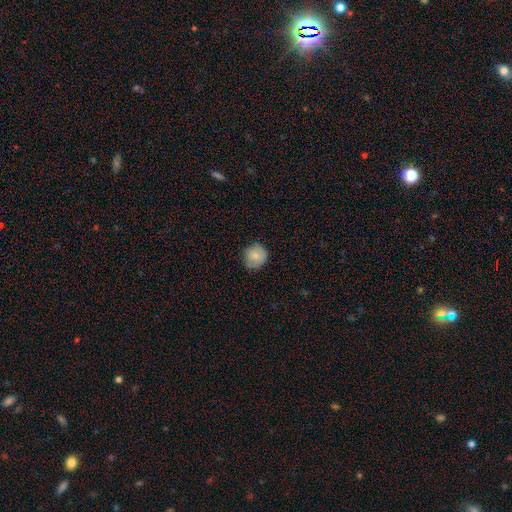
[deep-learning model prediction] smooth-or-featured: smooth: 82% | featured or disk: 10% | star or artifact: 8%
  how-rounded: round: 87% | in between: 12% | cigar-shaped: 1%
  merging: none: 77% | minor disturbance: 18% | major disturbance: 3% | merger: 1%